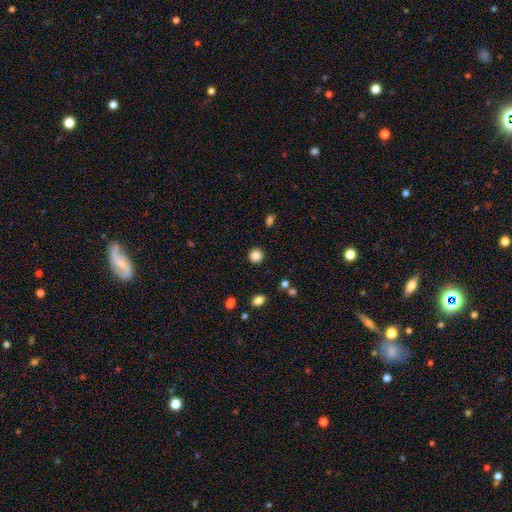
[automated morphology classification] A smooth galaxy with no disk features (86%) that is round (92%).

Vote fractions:
- Smooth or featured? smooth: 86% / star or artifact: 11% / featured or disk: 3%
- How rounded? round: 92% / in between: 7% / cigar-shaped: 1%
- Merging? none: 91% / minor disturbance: 5% / major disturbance: 2% / merger: 2%